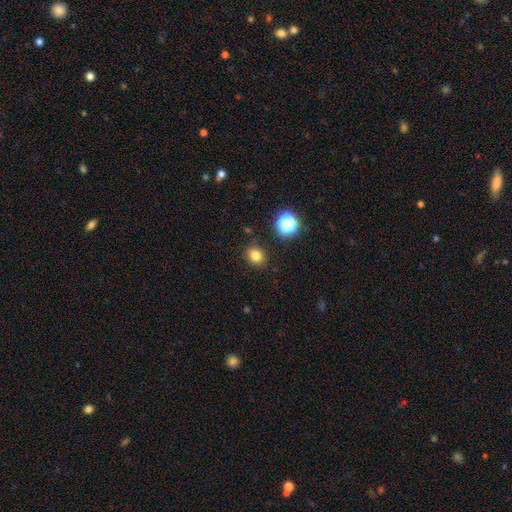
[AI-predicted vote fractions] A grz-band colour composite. It shows a smooth galaxy with no disk features (79%) that is round (65%). Merging: none (86%).